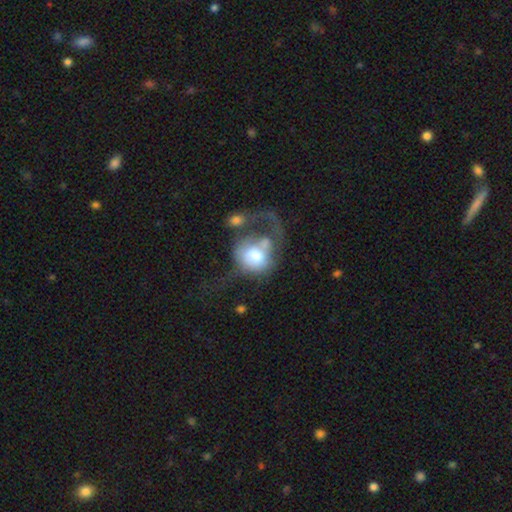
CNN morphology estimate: This is possibly a smooth galaxy (54%). How rounded: likely round (67%). Merging: possibly major disturbance (52%).